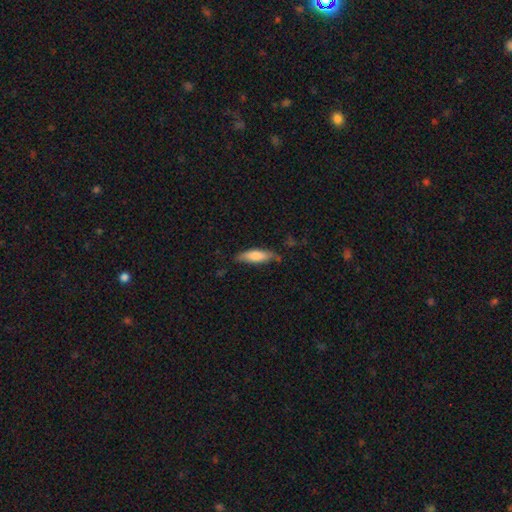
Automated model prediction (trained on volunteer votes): Q: Smooth or featured?
A: smooth (75%); runner-up: featured or disk (19%)
Q: How rounded?
A: cigar-shaped (57%); runner-up: in between (41%)
Q: Merging?
A: none (74%); runner-up: minor disturbance (20%)